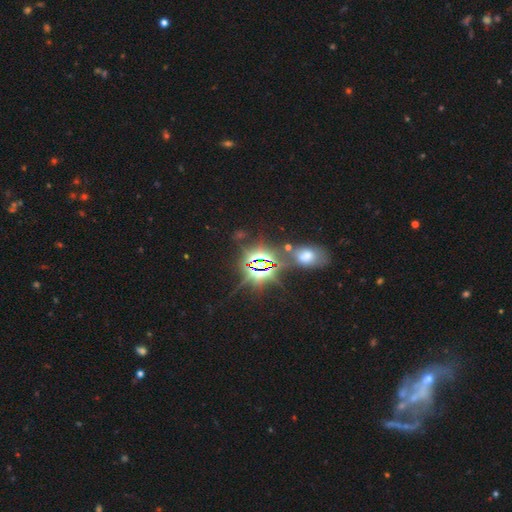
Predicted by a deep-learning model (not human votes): star or artifact 68%, smooth 18%, featured or disk 14%.